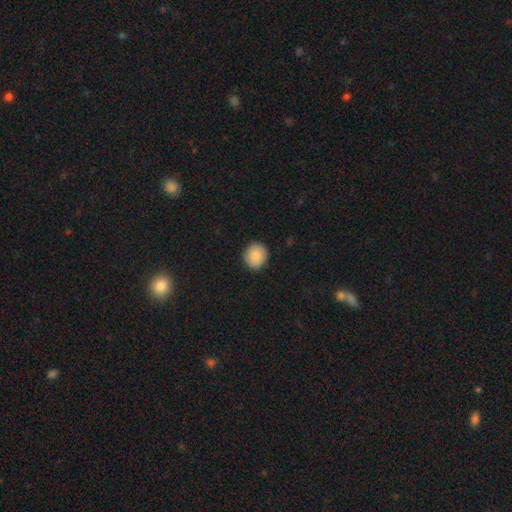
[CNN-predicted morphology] This is clearly a smooth galaxy (88%). How rounded: clearly round (86%). Merging: clearly none (91%).